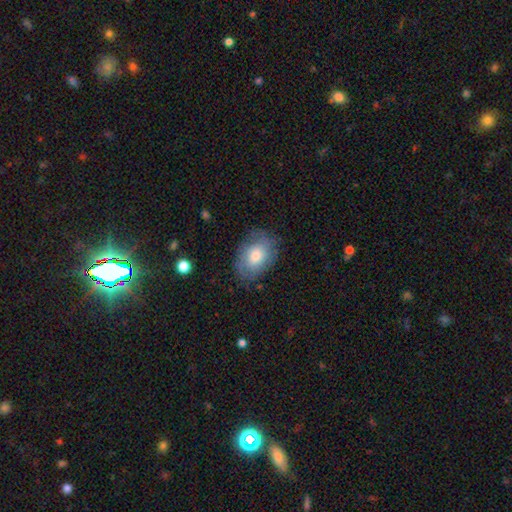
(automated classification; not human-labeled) Q: Smooth or featured?
A: smooth (62%); runner-up: featured or disk (30%)
Q: How rounded?
A: in between (78%); runner-up: round (21%)
Q: Merging?
A: none (75%); runner-up: minor disturbance (18%)